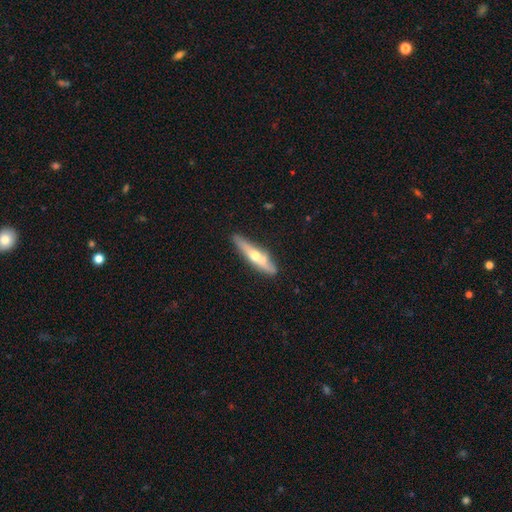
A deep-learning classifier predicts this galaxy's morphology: A featured or disk galaxy (56%) viewed edge-on (87%).

Vote fractions:
- Smooth or featured? featured or disk: 56% / smooth: 39% / star or artifact: 5%
- Edge-on disk? yes: 87% / no: 13%
- Merging? none: 75% / minor disturbance: 16% / merger: 6% / major disturbance: 3%